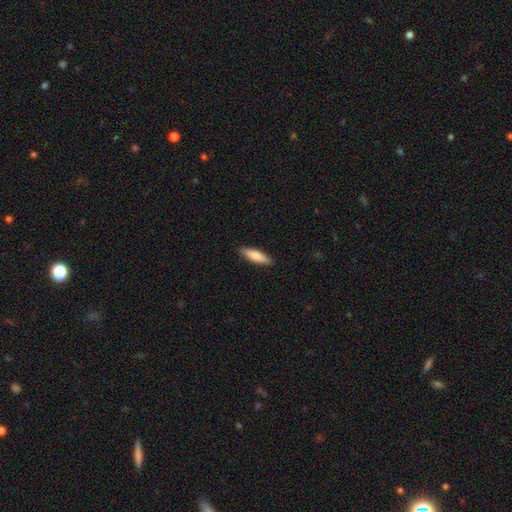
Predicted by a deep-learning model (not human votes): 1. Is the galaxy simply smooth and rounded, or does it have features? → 77% smooth, 18% featured or disk, 5% star or artifact.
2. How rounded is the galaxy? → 62% cigar-shaped, 36% in between, 2% round.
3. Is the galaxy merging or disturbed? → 89% none, 8% minor disturbance, 2% major disturbance, 1% merger.